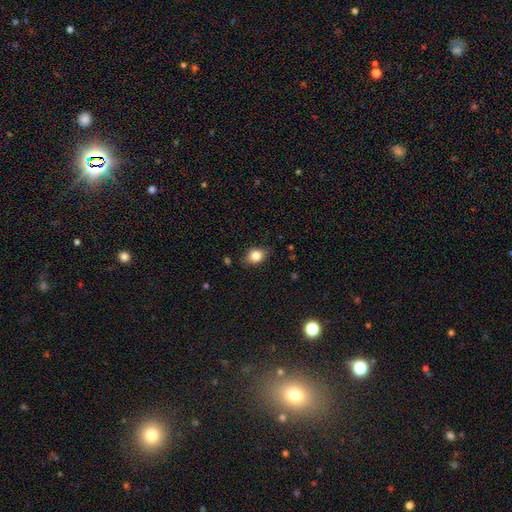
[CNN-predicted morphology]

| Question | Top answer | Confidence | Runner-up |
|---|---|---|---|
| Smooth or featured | smooth | 81% | featured or disk (9%) |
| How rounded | in between | 61% | round (37%) |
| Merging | none | 77% | minor disturbance (18%) |